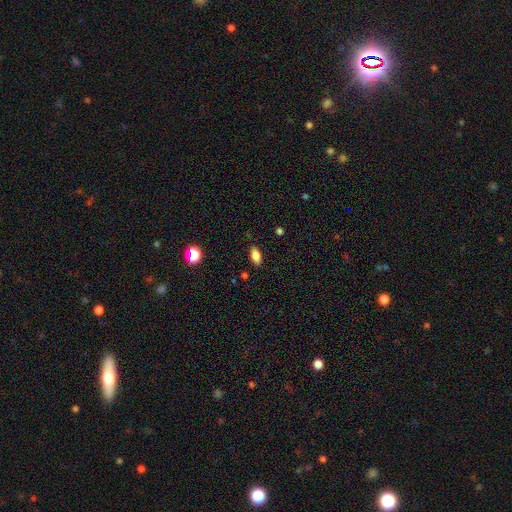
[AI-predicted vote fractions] This is clearly a smooth galaxy (84%). How rounded: clearly in between (88%). Merging: clearly none (86%).